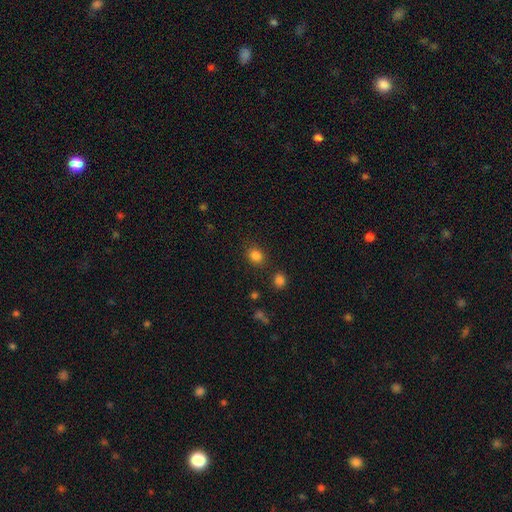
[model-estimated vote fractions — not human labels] Smooth or featured: smooth — 84% (star or artifact — 12%)
How rounded: round — 66% (in between — 33%)
Merging: none — 83% (minor disturbance — 10%)